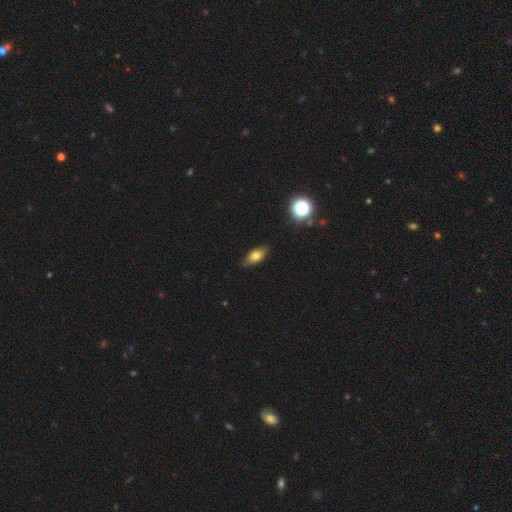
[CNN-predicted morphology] This appears to be a smooth galaxy with no disk features (74%) that is in between round and cigar-shaped (84%). Merging: none (81%).